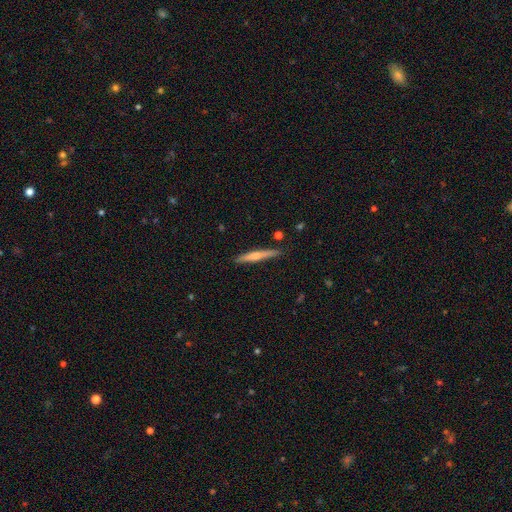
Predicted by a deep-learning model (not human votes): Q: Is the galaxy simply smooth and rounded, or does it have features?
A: smooth — 49%.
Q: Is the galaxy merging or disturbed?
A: none — 87%.